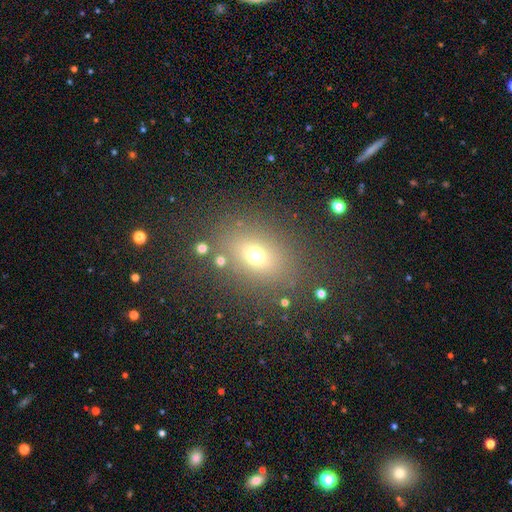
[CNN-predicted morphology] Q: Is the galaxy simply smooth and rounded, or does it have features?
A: smooth — 66%.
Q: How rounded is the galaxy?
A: in between — 58%.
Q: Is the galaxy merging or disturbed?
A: none — 80%.